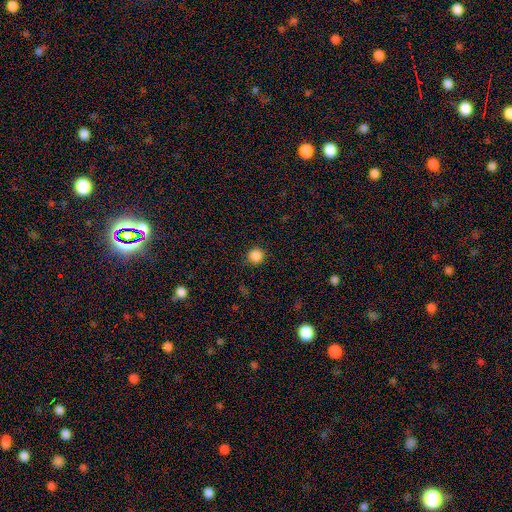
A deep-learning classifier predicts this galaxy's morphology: This is clearly a smooth galaxy (86%). How rounded: clearly round (95%). Merging: clearly none (91%).